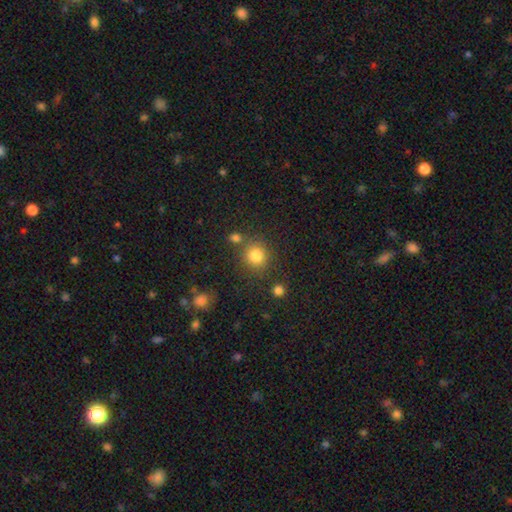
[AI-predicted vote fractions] A smooth galaxy with no disk features (82%) that is round (87%).

Vote fractions:
- Smooth or featured? smooth: 82% / star or artifact: 12% / featured or disk: 6%
- How rounded? round: 87% / in between: 12% / cigar-shaped: 1%
- Merging? none: 75% / merger: 11% / minor disturbance: 10% / major disturbance: 4%